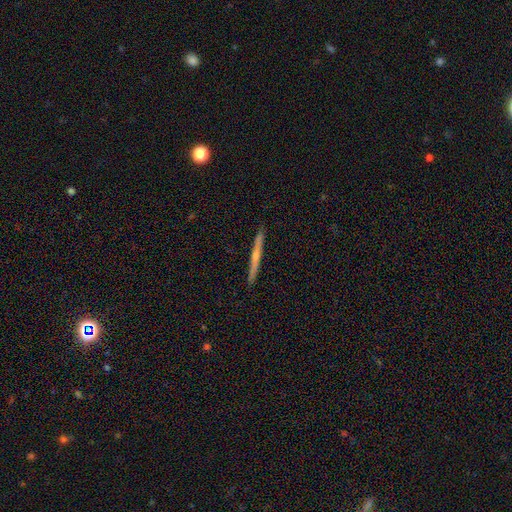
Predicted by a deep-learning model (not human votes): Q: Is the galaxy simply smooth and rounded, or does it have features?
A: featured or disk — 54%.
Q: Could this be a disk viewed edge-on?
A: yes — 94%.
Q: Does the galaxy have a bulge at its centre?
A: rounded — 45%, tied with none.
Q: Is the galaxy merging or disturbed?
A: none — 88%.